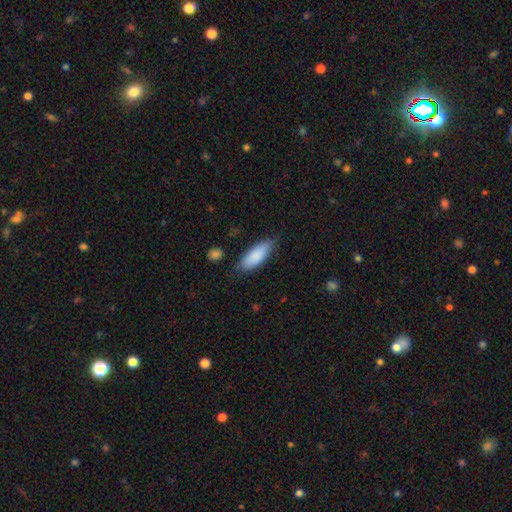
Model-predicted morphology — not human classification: The model was most divided on "how rounded": in between: 70%, cigar-shaped: 29%, round: 2%. More confident: smooth or featured — smooth (86%); merging — none (73%).